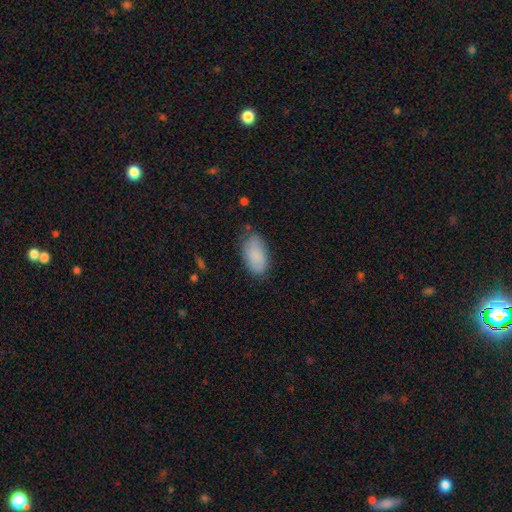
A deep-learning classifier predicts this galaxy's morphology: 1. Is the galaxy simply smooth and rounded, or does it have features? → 85% smooth, 8% featured or disk, 6% star or artifact.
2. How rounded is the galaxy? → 94% in between, 3% round, 3% cigar-shaped.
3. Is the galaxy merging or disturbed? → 76% none, 19% minor disturbance, 4% major disturbance, 2% merger.